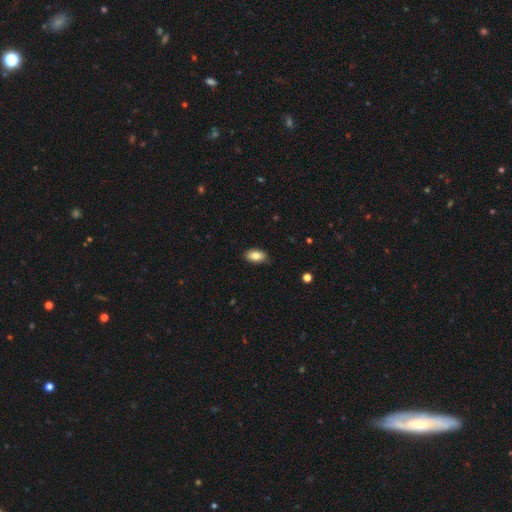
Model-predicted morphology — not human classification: Smooth or featured? smooth (83%)
How rounded? in between (92%)
Merging? none (83%)